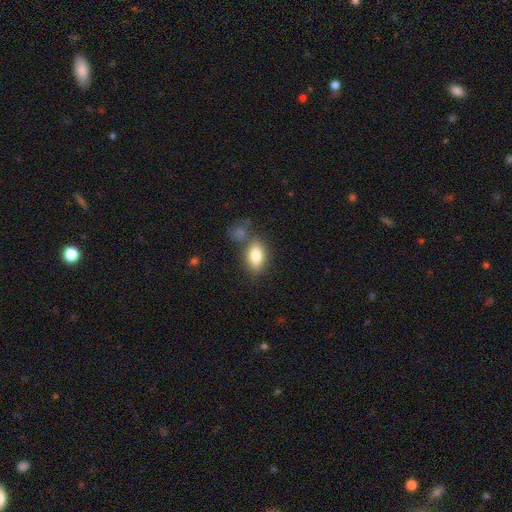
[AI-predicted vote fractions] Smooth or featured?
  - smooth: 81% *
  - featured or disk: 11%
  - star or artifact: 7%
How rounded?
  - in between: 88% *
  - round: 10%
  - cigar-shaped: 3%
Merging?
  - none: 68% *
  - merger: 14%
  - minor disturbance: 14%
  - major disturbance: 4%